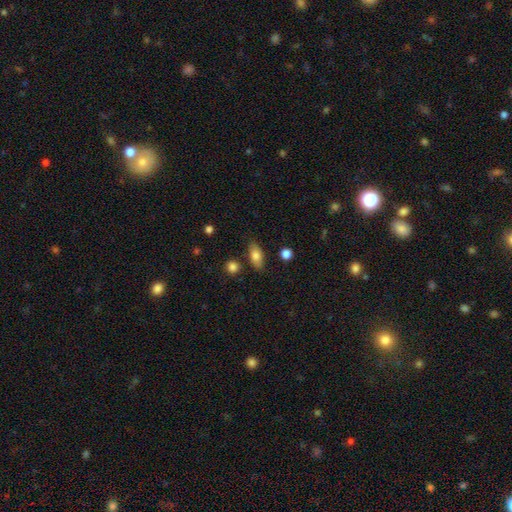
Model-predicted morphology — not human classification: The model was most divided on "smooth or featured": smooth: 78%, featured or disk: 14%, star or artifact: 8%. More confident: how rounded — in between (83%); merging — none (82%).